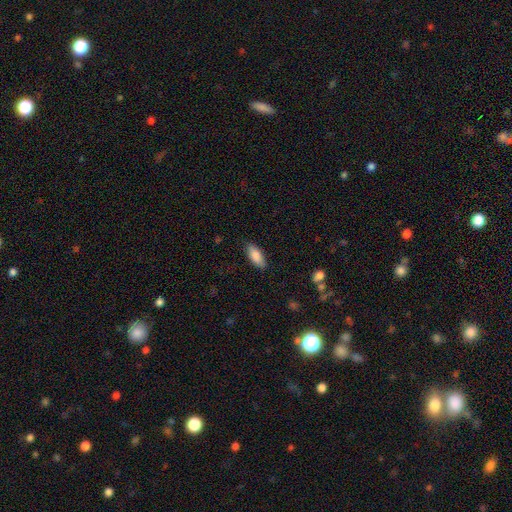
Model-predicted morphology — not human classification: Q: Smooth or featured?
A: smooth (86%); runner-up: featured or disk (8%)
Q: How rounded?
A: in between (81%); runner-up: cigar-shaped (18%)
Q: Merging?
A: none (84%); runner-up: minor disturbance (12%)